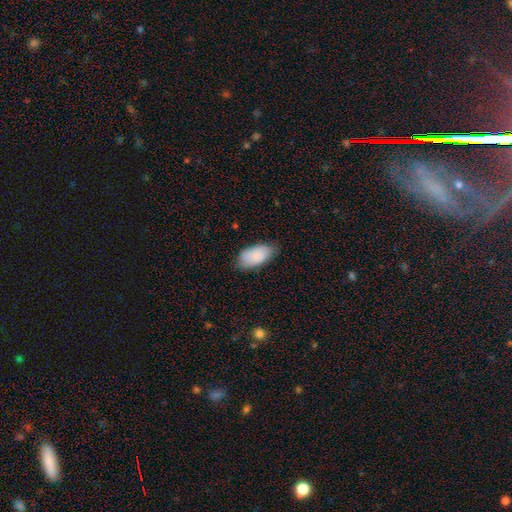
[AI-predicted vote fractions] smooth_or_featured: smooth (p=0.87) [alt: featured or disk p=0.07]
how_rounded: in between (p=0.94) [alt: cigar-shaped p=0.04]
merging: none (p=0.75) [alt: minor disturbance p=0.20]